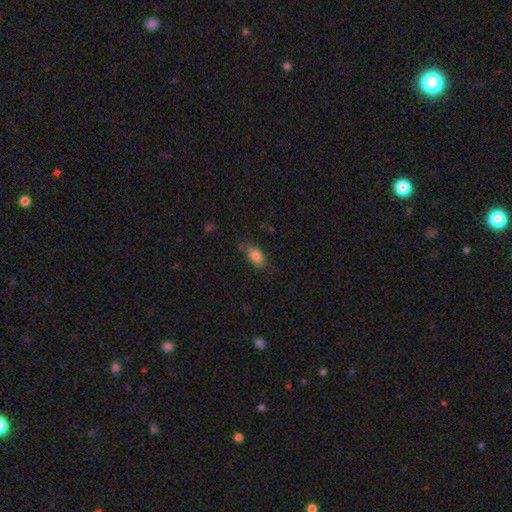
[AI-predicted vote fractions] A smooth galaxy with no disk features (83%) that is in between round and cigar-shaped (87%).

Vote fractions:
- Smooth or featured? smooth: 83% / featured or disk: 9% / star or artifact: 8%
- How rounded? in between: 87% / cigar-shaped: 8% / round: 5%
- Merging? none: 67% / minor disturbance: 24% / major disturbance: 7% / merger: 2%